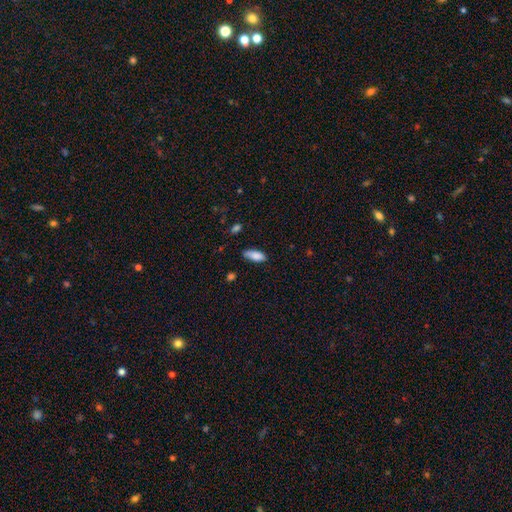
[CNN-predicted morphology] Smooth or featured? Predicted: smooth (p=0.85). How rounded? Predicted: in between (p=0.80). Merging? Predicted: none (p=0.69).